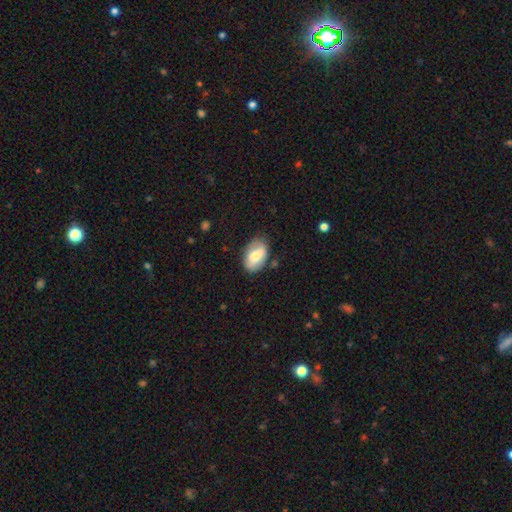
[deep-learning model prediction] smooth_or_featured: smooth (p=0.61) [alt: featured or disk p=0.32]
how_rounded: in between (p=0.91) [alt: round p=0.07]
merging: none (p=0.74) [alt: minor disturbance p=0.19]